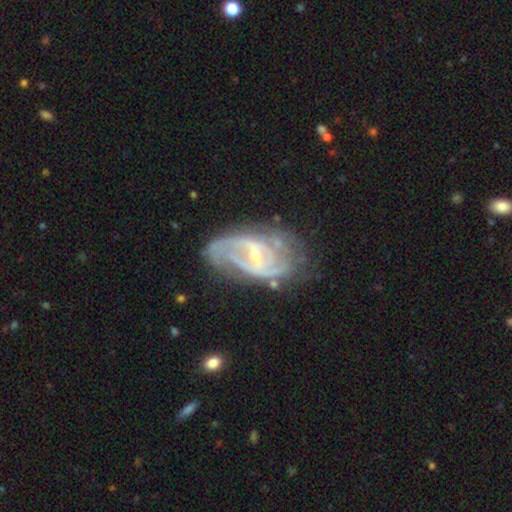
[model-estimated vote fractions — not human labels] Q: Smooth or featured?
A: featured or disk (87%); runner-up: smooth (7%)
Q: Edge-on disk?
A: no (96%); runner-up: yes (4%)
Q: Bar?
A: weak (49%); runner-up: strong (28%)
Q: Spiral arms?
A: yes (93%); runner-up: no (7%)
Q: Spiral winding?
A: medium (46%); runner-up: tight (36%)
Q: Spiral arm count?
A: 2 (53%); runner-up: can't tell (22%)
Q: Bulge size?
A: small (71%); runner-up: moderate (25%)
Q: Merging?
A: none (59%); runner-up: minor disturbance (24%)